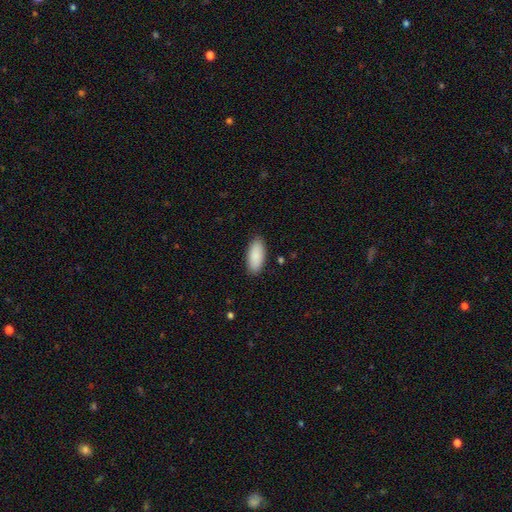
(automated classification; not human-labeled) smooth-or-featured: smooth: 89% | star or artifact: 6% | featured or disk: 5%
  how-rounded: in between: 85% | cigar-shaped: 13% | round: 2%
  merging: none: 88% | minor disturbance: 9% | major disturbance: 2% | merger: 1%